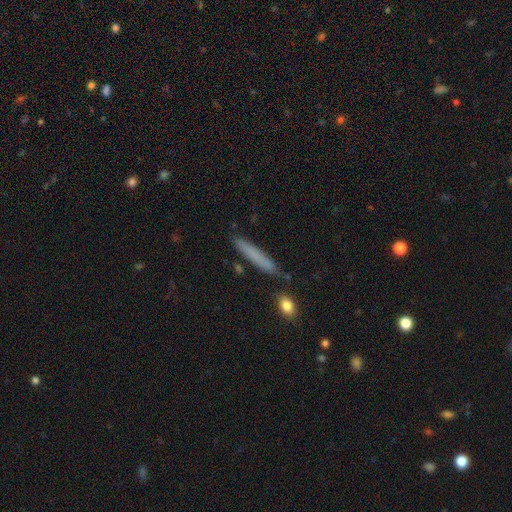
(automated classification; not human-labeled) Smooth or featured: smooth — 73% (featured or disk — 19%)
How rounded: cigar-shaped — 94% (in between — 4%)
Merging: none — 84% (minor disturbance — 10%)